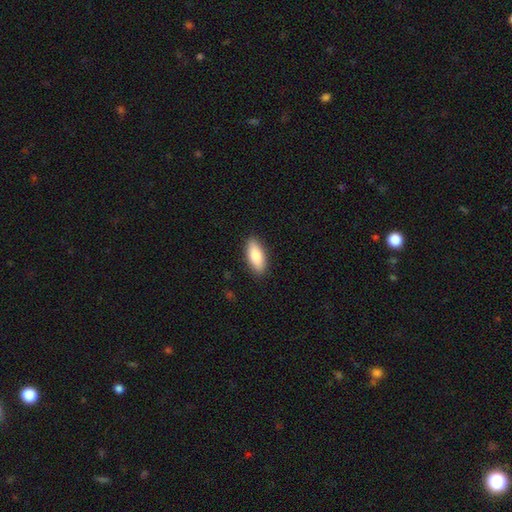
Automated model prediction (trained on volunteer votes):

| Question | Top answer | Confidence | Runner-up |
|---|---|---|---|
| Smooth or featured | smooth | 81% | featured or disk (13%) |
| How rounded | in between | 76% | cigar-shaped (21%) |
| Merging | none | 89% | minor disturbance (8%) |